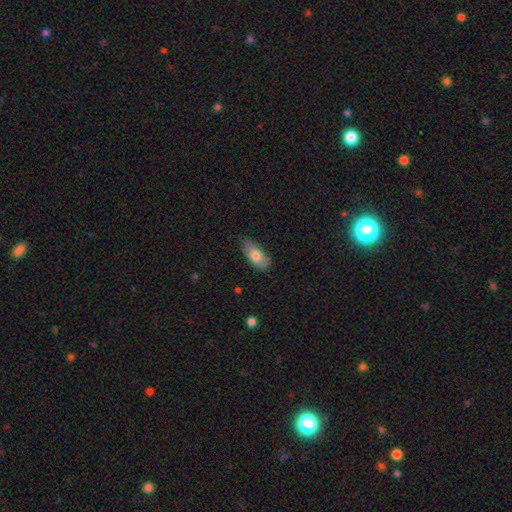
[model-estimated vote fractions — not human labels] smooth-or-featured: smooth: 74% | featured or disk: 19% | star or artifact: 6%
  how-rounded: in between: 89% | cigar-shaped: 7% | round: 3%
  merging: none: 71% | minor disturbance: 24% | major disturbance: 4% | merger: 1%